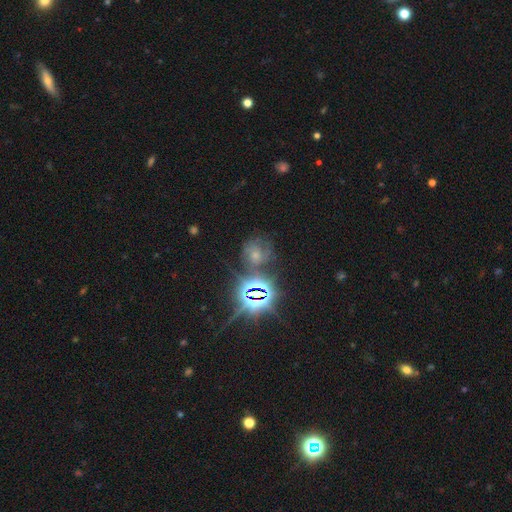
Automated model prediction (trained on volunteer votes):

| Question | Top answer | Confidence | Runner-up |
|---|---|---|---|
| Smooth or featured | star or artifact | 40% | featured or disk (32%) |